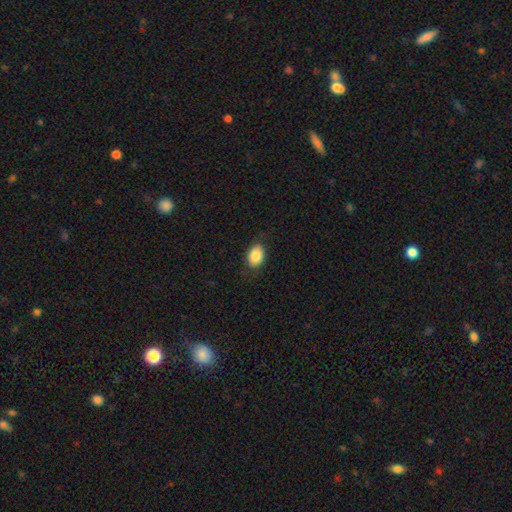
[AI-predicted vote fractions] Smooth or featured: smooth — 86% (star or artifact — 8%)
How rounded: in between — 79% (round — 20%)
Merging: none — 81% (minor disturbance — 15%)